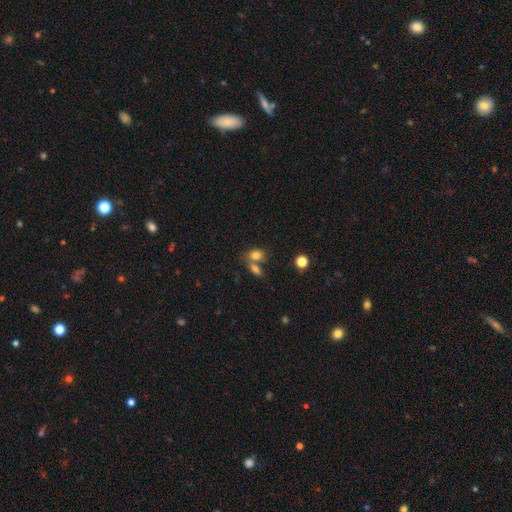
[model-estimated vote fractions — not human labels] smooth 79%, star or artifact 11%, featured or disk 10%. Down the decision tree: how rounded — in between (66%); merging — merger (43%, tied with none).